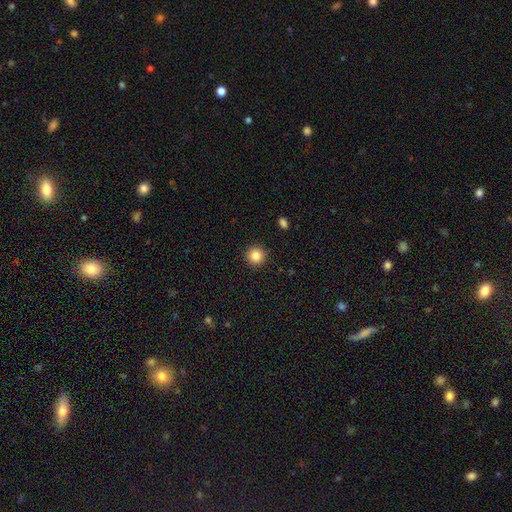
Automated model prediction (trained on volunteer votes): Smooth or featured: smooth — 85% (star or artifact — 11%)
How rounded: round — 95% (in between — 4%)
Merging: none — 92% (minor disturbance — 5%)